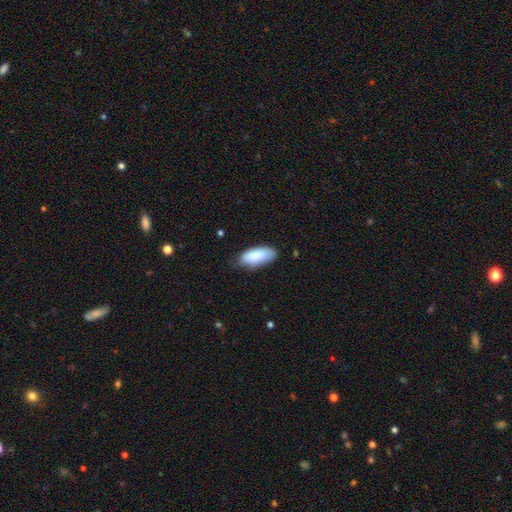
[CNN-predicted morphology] This is clearly a smooth galaxy (87%). How rounded: clearly in between (87%). Merging: likely none (65%).